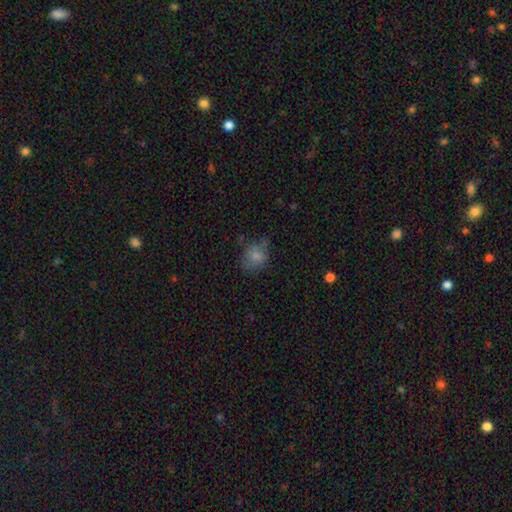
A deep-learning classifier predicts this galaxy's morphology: A smooth galaxy with no disk features (75%) that is round (60%). Merging: none (58%).